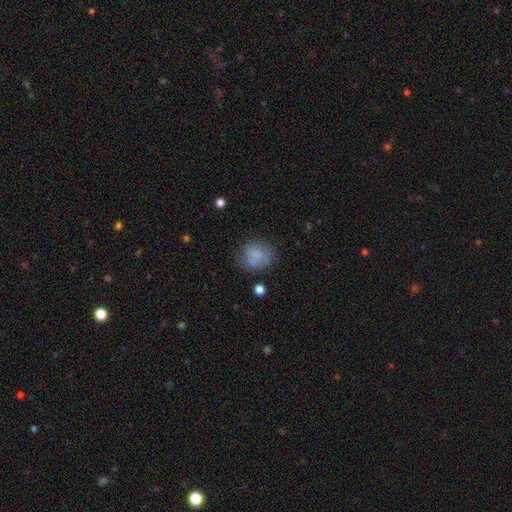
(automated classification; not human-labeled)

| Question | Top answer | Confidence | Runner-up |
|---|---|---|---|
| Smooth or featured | smooth | 73% | featured or disk (16%) |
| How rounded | round | 73% | in between (26%) |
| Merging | none | 61% | minor disturbance (21%) |